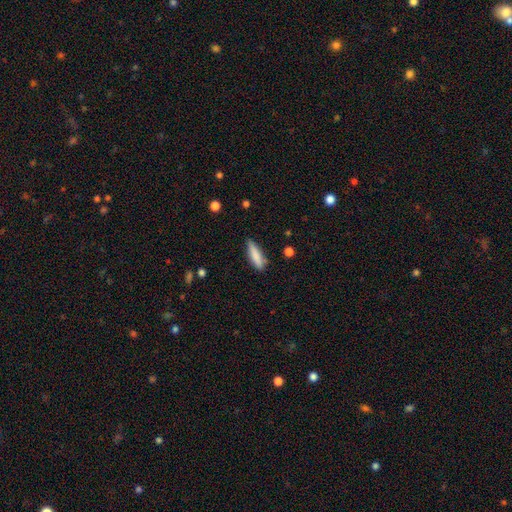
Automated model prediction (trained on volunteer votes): A smooth galaxy with no disk features (81%) that is cigar-shaped (62%).

Vote fractions:
- Smooth or featured? smooth: 81% / featured or disk: 12% / star or artifact: 6%
- How rounded? cigar-shaped: 62% / in between: 37% / round: 2%
- Merging? none: 76% / minor disturbance: 18% / major disturbance: 3% / merger: 3%